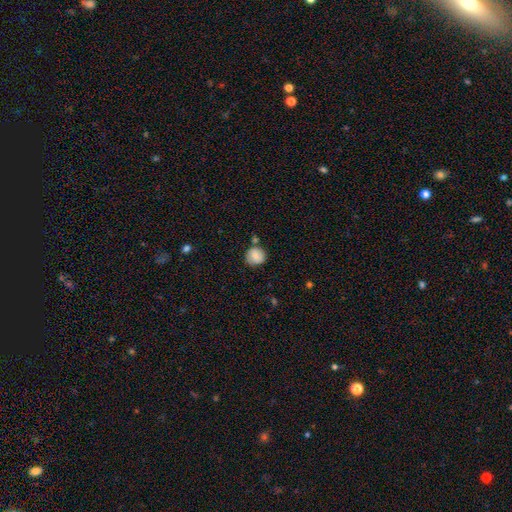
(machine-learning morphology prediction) smooth-or-featured: smooth: 80% | featured or disk: 12% | star or artifact: 8%
  how-rounded: round: 88% | in between: 11% | cigar-shaped: 1%
  merging: none: 73% | minor disturbance: 15% | merger: 8% | major disturbance: 4%